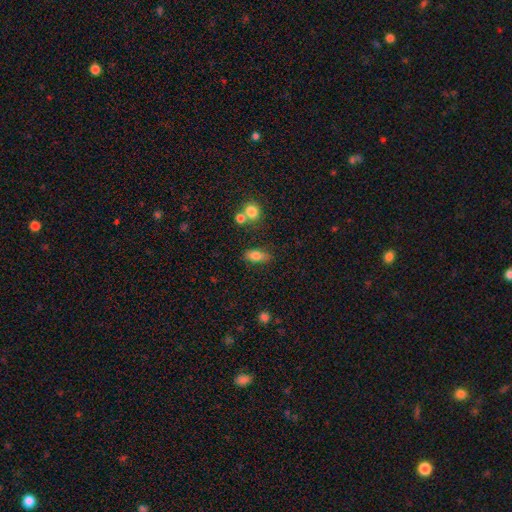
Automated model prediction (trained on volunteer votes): Smooth or featured?
  - smooth: 79% *
  - featured or disk: 11%
  - star or artifact: 10%
How rounded?
  - in between: 82% *
  - cigar-shaped: 11%
  - round: 7%
Merging?
  - none: 74% *
  - minor disturbance: 15%
  - merger: 7%
  - major disturbance: 4%